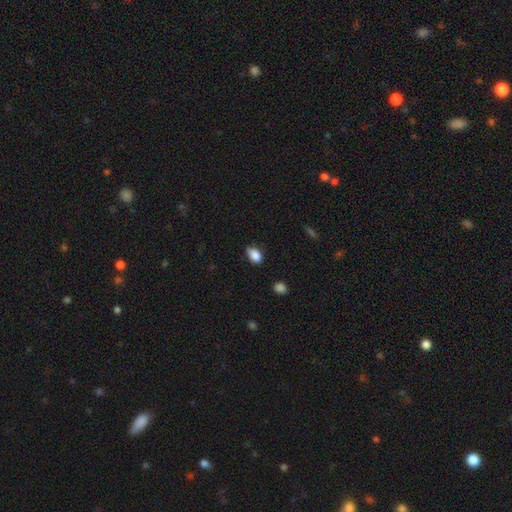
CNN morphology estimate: A smooth galaxy with no disk features (86%) that is in between round and cigar-shaped (84%).

Vote fractions:
- Smooth or featured? smooth: 86% / star or artifact: 9% / featured or disk: 5%
- How rounded? in between: 84% / round: 14% / cigar-shaped: 2%
- Merging? none: 60% / minor disturbance: 34% / major disturbance: 5% / merger: 2%